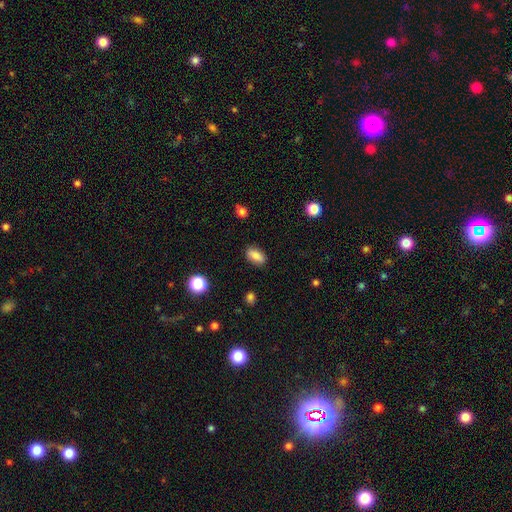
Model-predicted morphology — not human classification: smooth_or_featured: smooth (p=0.84) [alt: star or artifact p=0.08]
how_rounded: in between (p=0.87) [alt: cigar-shaped p=0.07]
merging: none (p=0.87) [alt: minor disturbance p=0.09]